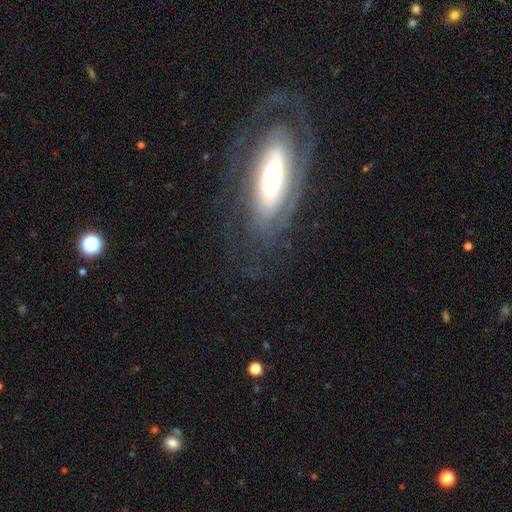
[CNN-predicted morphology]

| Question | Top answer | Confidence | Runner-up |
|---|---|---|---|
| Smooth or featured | featured or disk | 71% | smooth (21%) |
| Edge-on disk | no | 84% | yes (16%) |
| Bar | no | 60% | weak (23%) |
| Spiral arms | yes | 71% | no (29%) |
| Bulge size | large | 38% | moderate (36%) |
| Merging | none | 73% | minor disturbance (14%) |